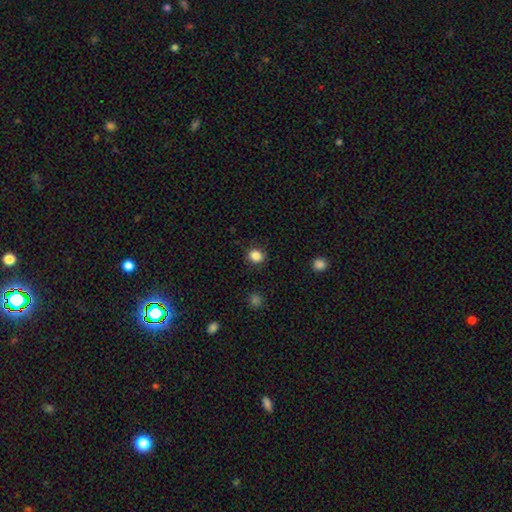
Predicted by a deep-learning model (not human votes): Smooth or featured? smooth (85%)
How rounded? round (75%)
Merging? none (84%)